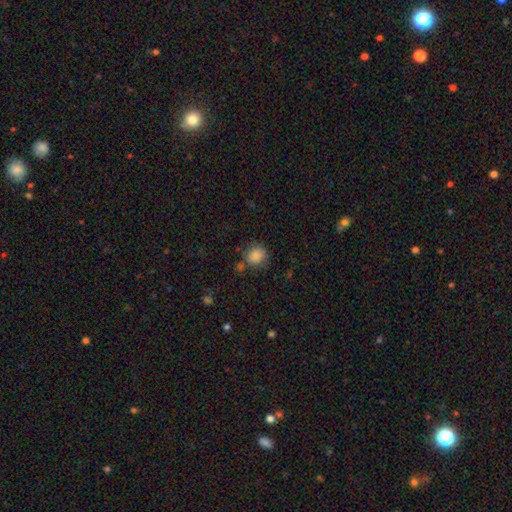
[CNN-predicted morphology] The model was most divided on "how rounded": round: 78%, in between: 21%, cigar-shaped: 1%. More confident: smooth or featured — smooth (85%); merging — none (72%).